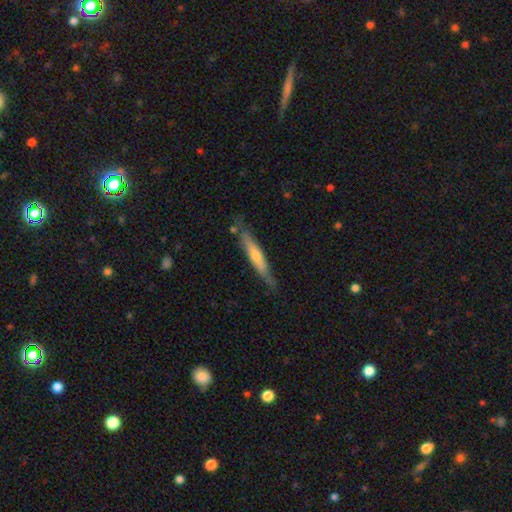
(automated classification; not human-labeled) This appears to be a featured or disk galaxy (55%) viewed edge-on (91%) with a rounded central bulge (65%). Merging: none (79%).